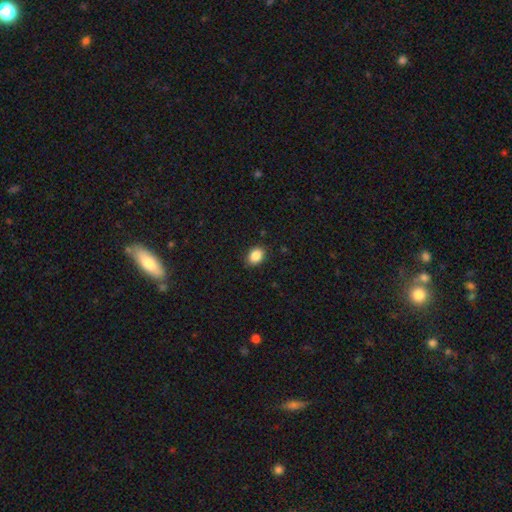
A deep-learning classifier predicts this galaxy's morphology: smooth_or_featured: smooth (p=0.87) [alt: star or artifact p=0.09]
how_rounded: in between (p=0.68) [alt: round p=0.31]
merging: none (p=0.88) [alt: minor disturbance p=0.09]